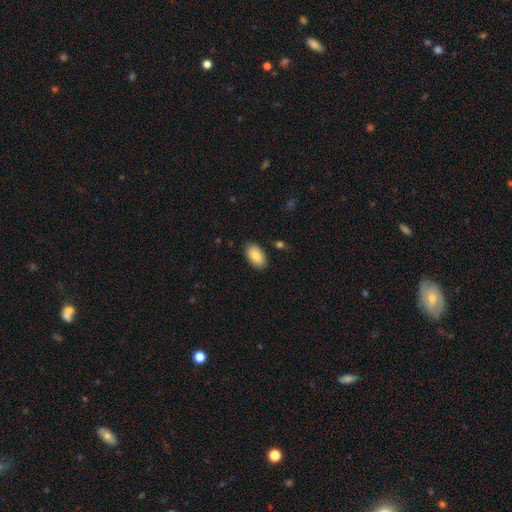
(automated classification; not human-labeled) Morphology: type=smooth (79%); roundness=in between (94%); merging=none (86%).